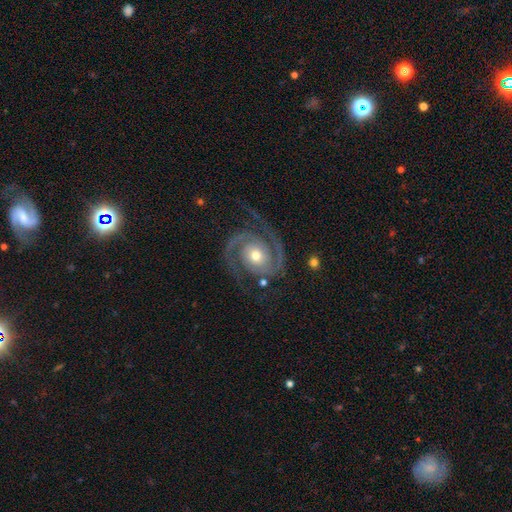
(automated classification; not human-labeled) The model was most divided on "spiral winding": medium: 46%, tight: 44%, loose: 10%. More confident: spiral arms — yes (98%); edge-on disk — no (98%); spiral arm count — 2 (93%); smooth or featured — featured or disk (93%); merging — none (79%); bar — no (72%); bulge size — moderate (63%).